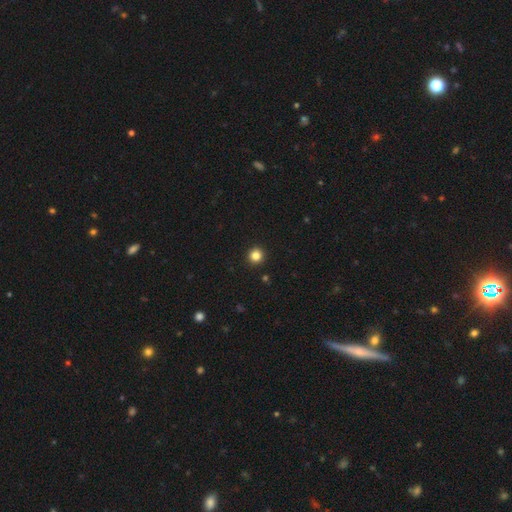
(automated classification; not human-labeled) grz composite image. It shows a smooth galaxy with no disk features (83%) that is round (95%). Merging: none (94%).